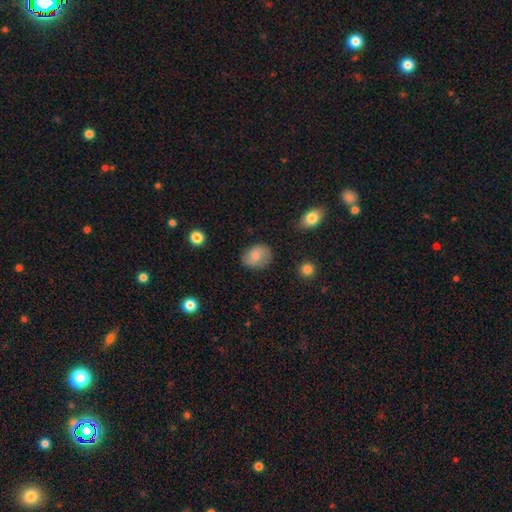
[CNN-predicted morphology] A smooth galaxy with no disk features (68%) that is in between round and cigar-shaped (54%).

Vote fractions:
- Smooth or featured? smooth: 68% / featured or disk: 24% / star or artifact: 8%
- How rounded? in between: 54% / round: 44% / cigar-shaped: 1%
- Merging? none: 77% / minor disturbance: 17% / major disturbance: 4% / merger: 2%